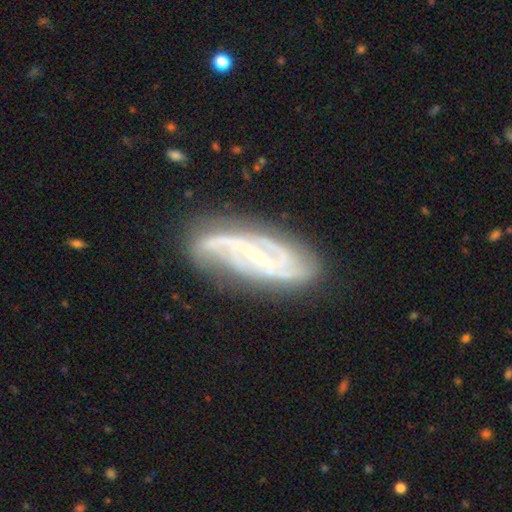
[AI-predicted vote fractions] Morphology: type=featured or disk (87%); edge-on=no (91%); bar=weak (38%); spiral arms=yes (97%); winding=tight (43%, tied with medium); arm count=2 (45%); bulge=small (75%); merging=none (77%).